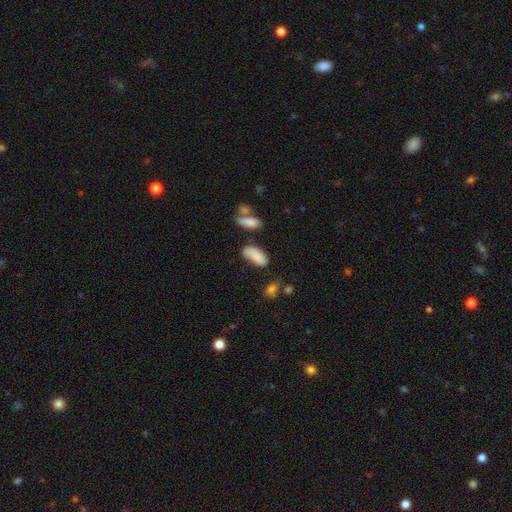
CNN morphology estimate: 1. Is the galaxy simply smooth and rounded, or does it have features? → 83% smooth, 9% featured or disk, 8% star or artifact.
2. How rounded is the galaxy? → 85% in between, 12% cigar-shaped, 3% round.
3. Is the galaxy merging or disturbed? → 53% none, 25% minor disturbance, 12% merger, 10% major disturbance.